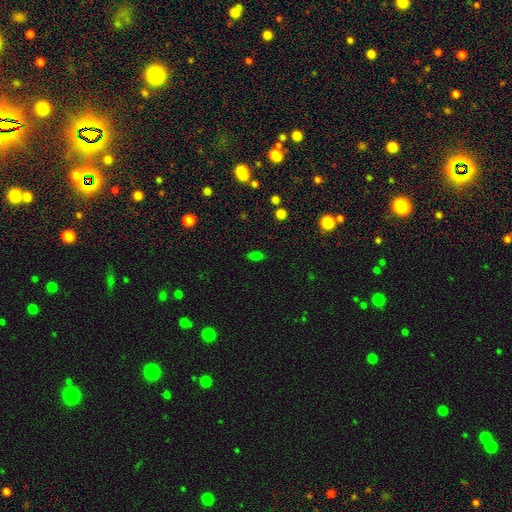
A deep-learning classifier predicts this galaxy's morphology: Overall: smooth (66%). How rounded: in between (81%). Merging: none (82%).